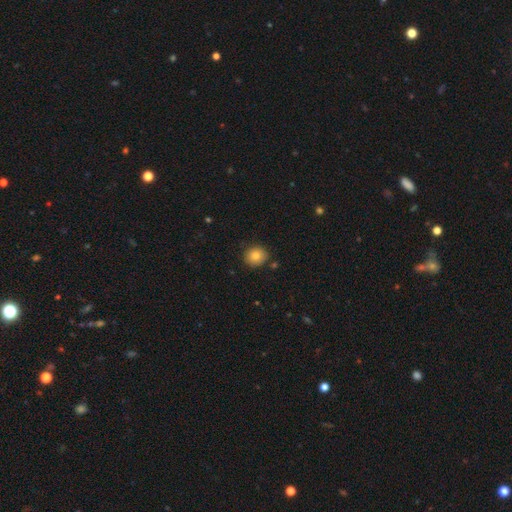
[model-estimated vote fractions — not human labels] Smooth or featured? smooth (82%)
How rounded? round (84%)
Merging? none (87%)